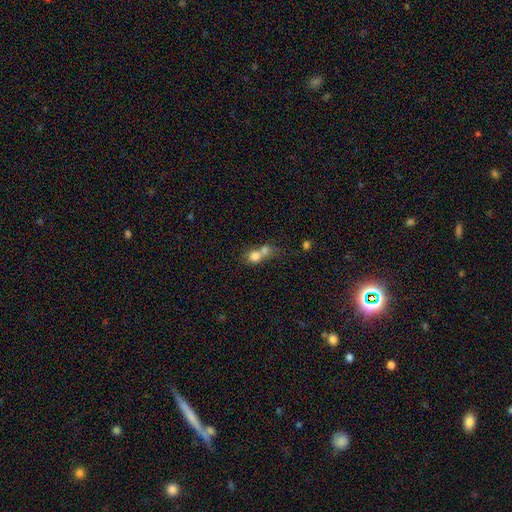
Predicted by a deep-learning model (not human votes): smooth_or_featured: smooth (p=0.74) [alt: featured or disk p=0.15]
how_rounded: round (p=0.70) [alt: in between p=0.28]
merging: merger (p=0.67) [alt: none p=0.21]